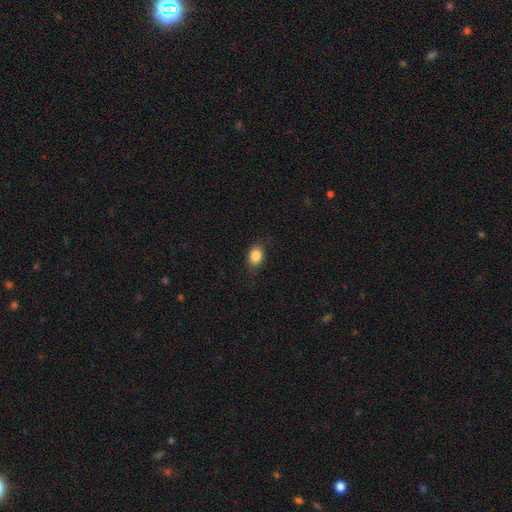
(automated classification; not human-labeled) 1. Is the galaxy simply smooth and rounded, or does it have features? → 86% smooth, 8% star or artifact, 5% featured or disk.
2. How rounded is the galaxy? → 73% in between, 25% round, 1% cigar-shaped.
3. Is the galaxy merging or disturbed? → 81% none, 14% minor disturbance, 4% major disturbance, 1% merger.